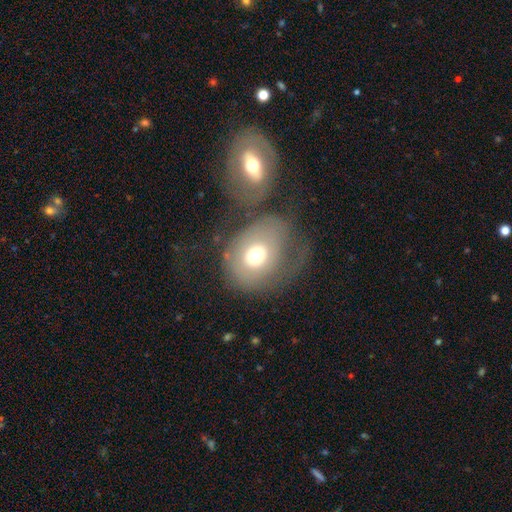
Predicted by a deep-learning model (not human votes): Smooth or featured?
  - smooth: 55% *
  - featured or disk: 35%
  - star or artifact: 10%
How rounded?
  - round: 56% *
  - in between: 43%
  - cigar-shaped: 1%
Merging?
  - none: 35% *
  - major disturbance: 33%
  - minor disturbance: 20%
  - merger: 12%